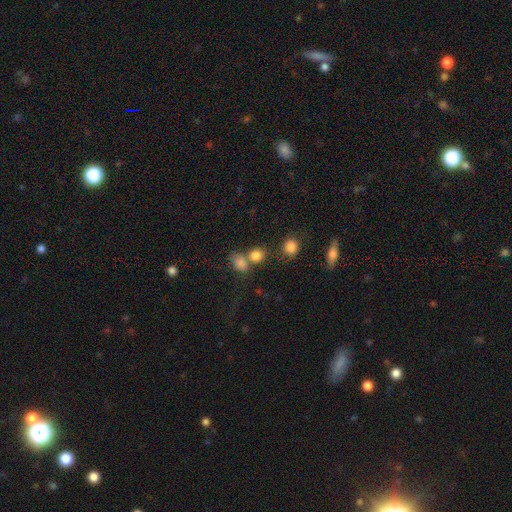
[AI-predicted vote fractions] This appears to be a smooth galaxy with no disk features (80%) that is round (67%). Merging: none (46%).